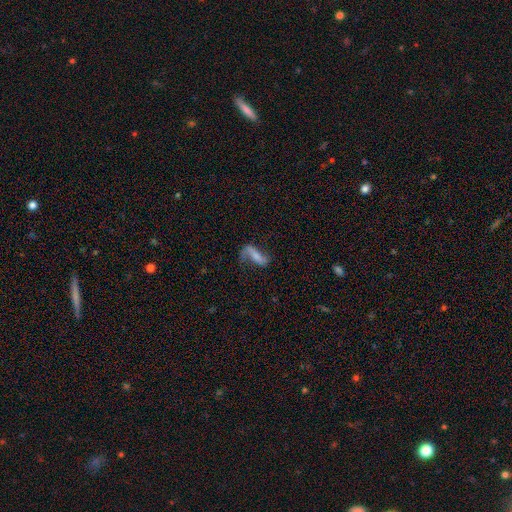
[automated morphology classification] smooth_or_featured: featured or disk (p=0.58) [alt: smooth p=0.34]
disk_edge_on: no (p=0.87) [alt: yes p=0.13]
bar: strong (p=0.37) [alt: no p=0.33]
has_spiral_arms: yes (p=0.83) [alt: no p=0.17]
bulge_size: small (p=0.38) [alt: none p=0.32]
merging: none (p=0.50) [alt: minor disturbance p=0.23]